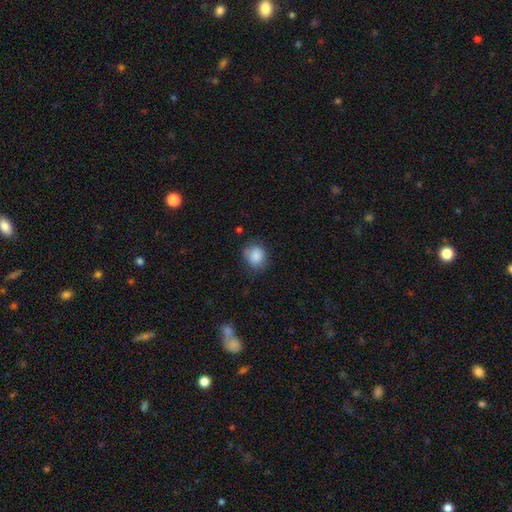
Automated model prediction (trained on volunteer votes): smooth 87%, star or artifact 8%, featured or disk 5%. Down the decision tree: how rounded — round (76%); merging — none (70%).